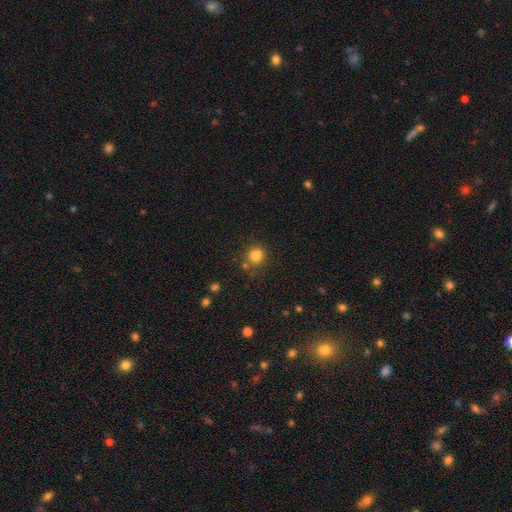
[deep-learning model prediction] The model was most divided on "merging": none: 69%, minor disturbance: 14%, merger: 13%, major disturbance: 5%. More confident: smooth or featured — smooth (82%); how rounded — round (81%).